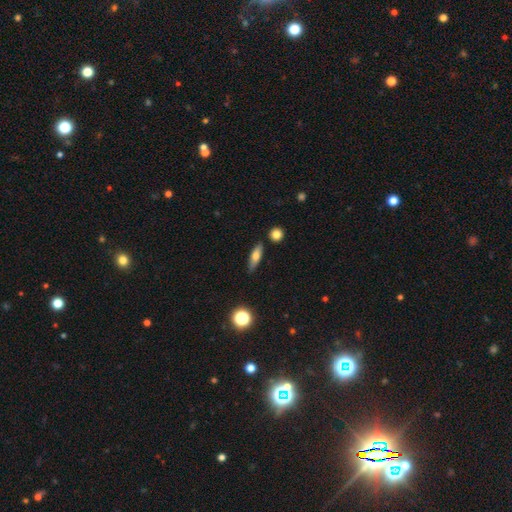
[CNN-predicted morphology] A smooth galaxy with no disk features (66%) that is cigar-shaped (51%).

Vote fractions:
- Smooth or featured? smooth: 66% / featured or disk: 26% / star or artifact: 8%
- How rounded? cigar-shaped: 51% / in between: 44% / round: 5%
- Merging? none: 79% / minor disturbance: 14% / merger: 4% / major disturbance: 3%